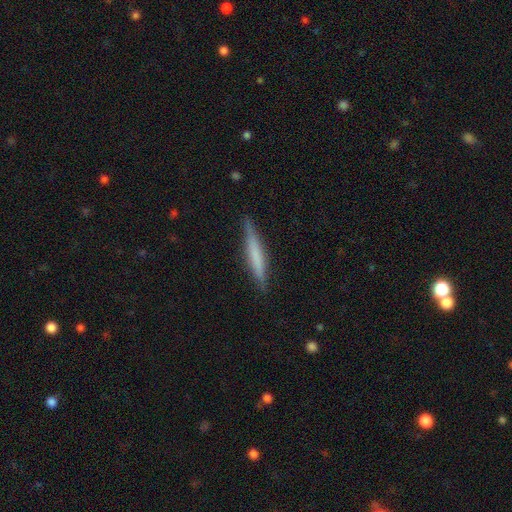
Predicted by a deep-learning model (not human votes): A smooth galaxy with no disk features (56%) that is cigar-shaped (94%). Merging: none (86%).